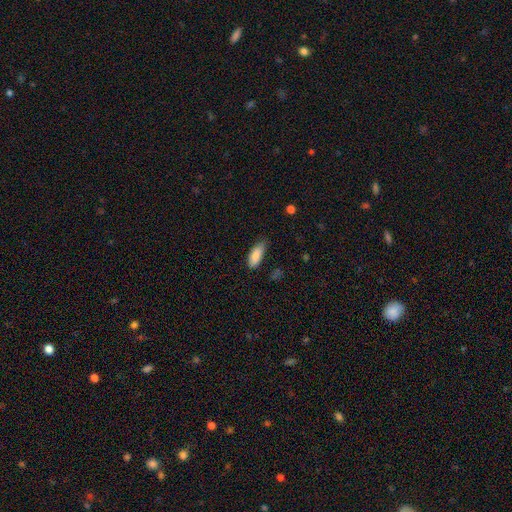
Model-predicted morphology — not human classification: The model was most divided on "merging": none: 70%, minor disturbance: 25%, major disturbance: 4%, merger: 2%. More confident: smooth or featured — smooth (85%); how rounded — in between (78%).